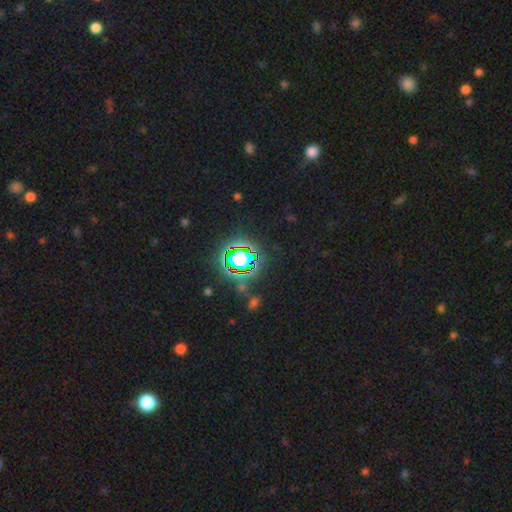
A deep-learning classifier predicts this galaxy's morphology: A star or artifact, not a galaxy (81%).